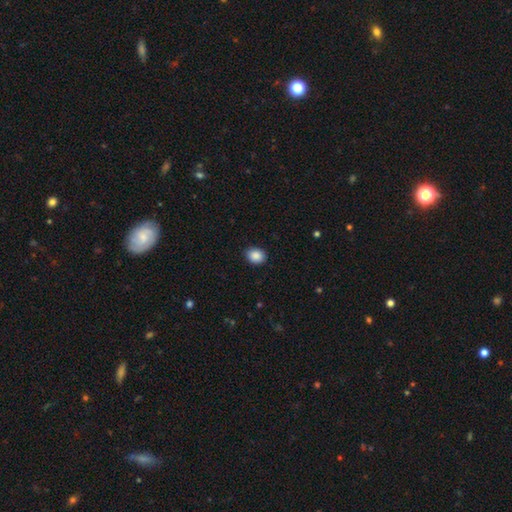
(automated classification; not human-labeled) Smooth or featured?
  - smooth: 89% *
  - star or artifact: 8%
  - featured or disk: 3%
How rounded?
  - round: 52% *
  - in between: 47%
  - cigar-shaped: 1%
Merging?
  - none: 89% *
  - minor disturbance: 8%
  - major disturbance: 2%
  - merger: 1%